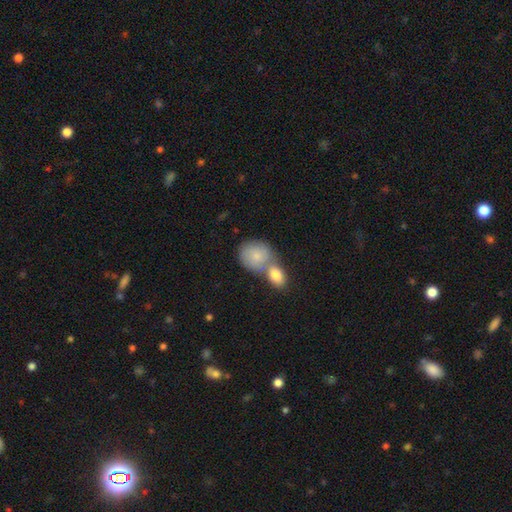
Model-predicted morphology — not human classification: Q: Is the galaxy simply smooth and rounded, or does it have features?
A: smooth — 80%.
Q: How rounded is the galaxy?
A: round — 65%.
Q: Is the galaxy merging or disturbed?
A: merger — 55%.